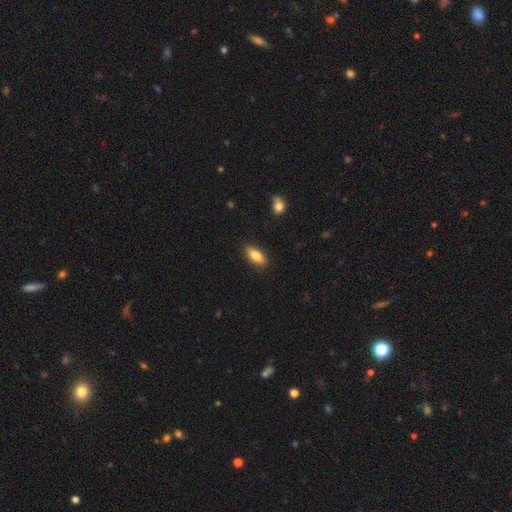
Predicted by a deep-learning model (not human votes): Q: Smooth or featured?
A: smooth (82%); runner-up: featured or disk (12%)
Q: How rounded?
A: in between (82%); runner-up: cigar-shaped (15%)
Q: Merging?
A: none (87%); runner-up: minor disturbance (9%)